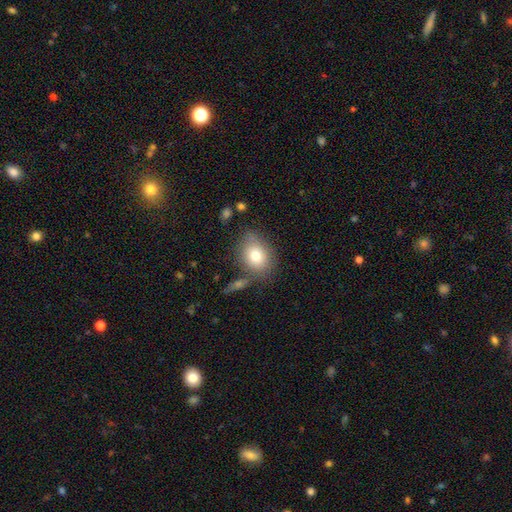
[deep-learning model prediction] This is likely a smooth galaxy (77%). How rounded: possibly in between (56%). Merging: likely none (70%).